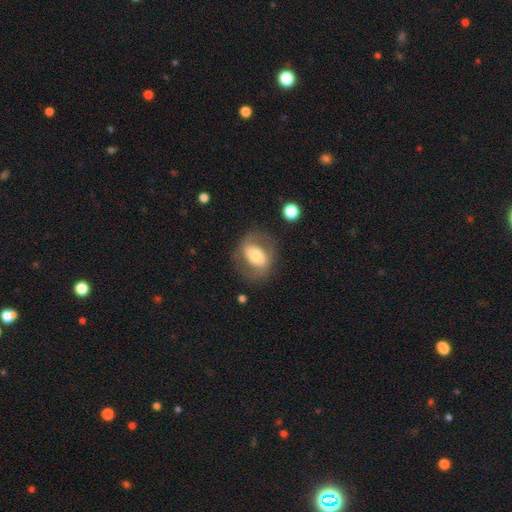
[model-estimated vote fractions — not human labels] This appears to be a featured or disk galaxy (46%, tied with smooth). Merging: none (71%).